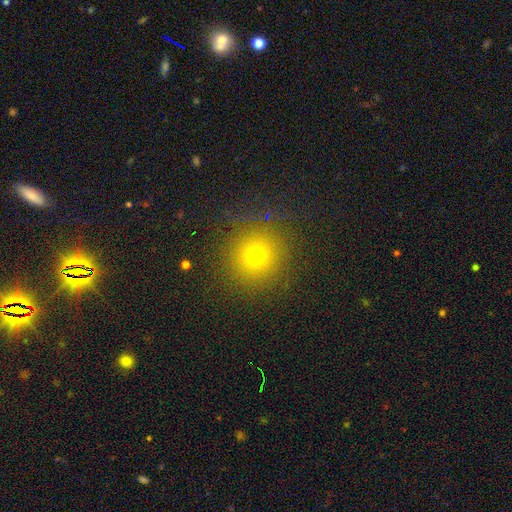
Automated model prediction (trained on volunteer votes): smooth 70%, star or artifact 20%, featured or disk 10%. Down the decision tree: how rounded — round (94%); merging — none (87%).